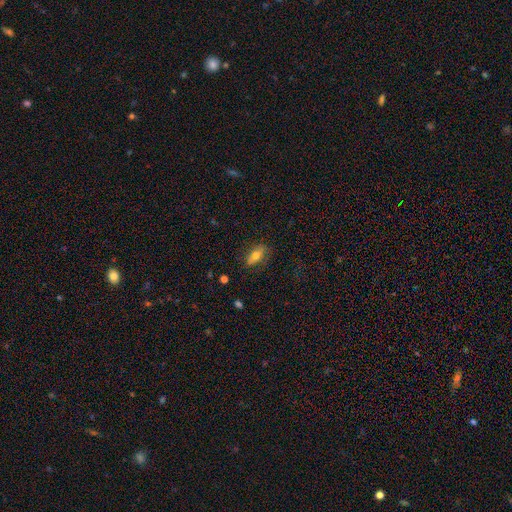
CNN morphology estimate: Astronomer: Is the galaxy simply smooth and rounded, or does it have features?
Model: smooth — 64%.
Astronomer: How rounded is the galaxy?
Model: in between — 79%.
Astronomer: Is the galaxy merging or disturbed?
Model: none — 78%.